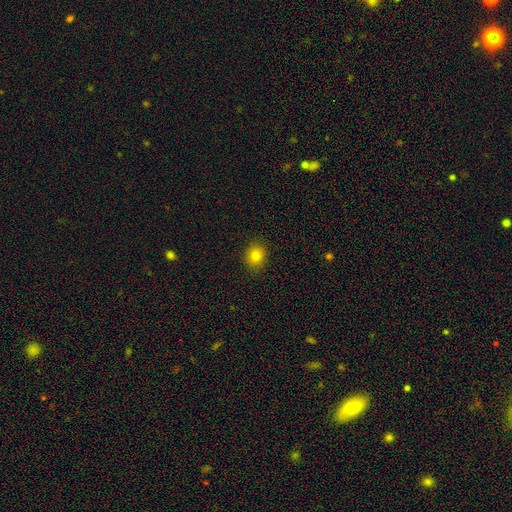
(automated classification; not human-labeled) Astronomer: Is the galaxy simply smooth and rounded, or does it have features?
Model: smooth — 80%.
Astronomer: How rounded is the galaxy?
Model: round — 70%.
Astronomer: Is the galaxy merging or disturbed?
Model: none — 90%.